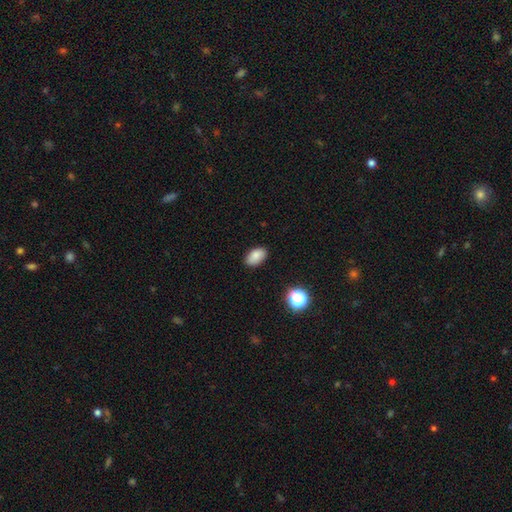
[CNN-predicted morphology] This is clearly a smooth galaxy (84%). How rounded: clearly in between (91%). Merging: clearly none (87%).